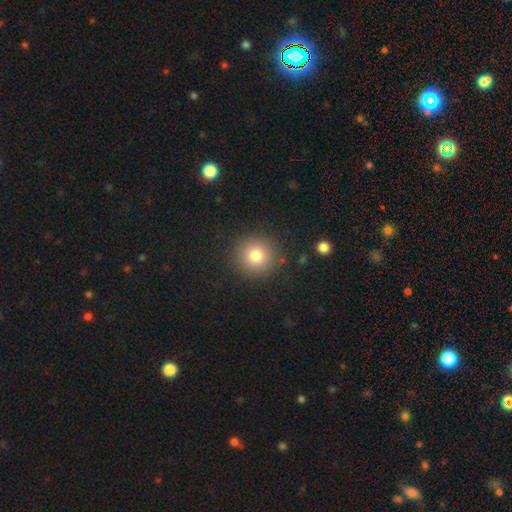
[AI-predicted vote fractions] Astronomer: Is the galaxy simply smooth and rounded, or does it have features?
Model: smooth — 80%.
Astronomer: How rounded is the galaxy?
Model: round — 94%.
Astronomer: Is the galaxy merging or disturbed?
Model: none — 89%.